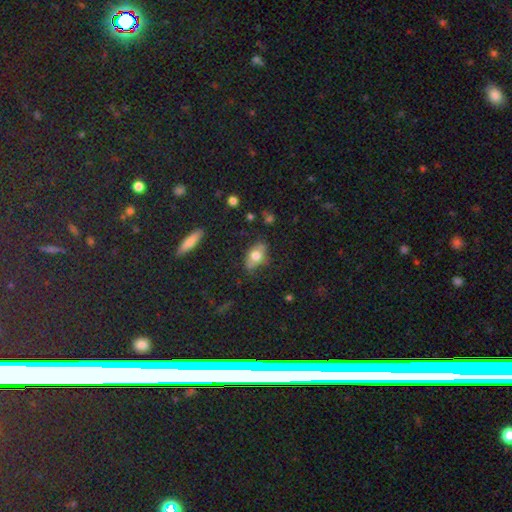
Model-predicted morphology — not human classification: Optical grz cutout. It shows a smooth galaxy with no disk features (66%) that is in between round and cigar-shaped (83%). Merging: none (69%).